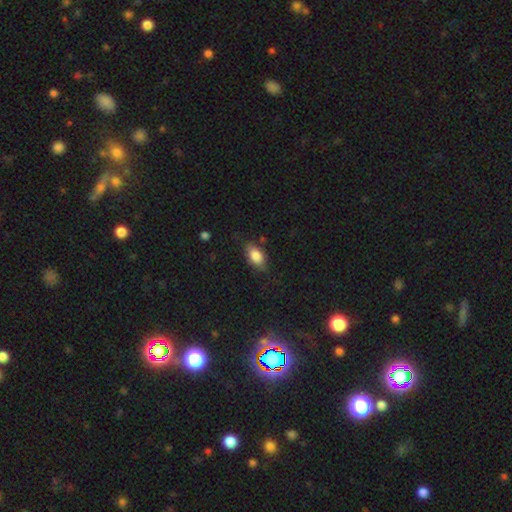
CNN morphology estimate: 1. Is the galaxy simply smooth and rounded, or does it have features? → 83% smooth, 9% featured or disk, 8% star or artifact.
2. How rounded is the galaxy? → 89% in between, 6% round, 4% cigar-shaped.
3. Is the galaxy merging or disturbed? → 75% none, 19% minor disturbance, 4% major disturbance, 2% merger.